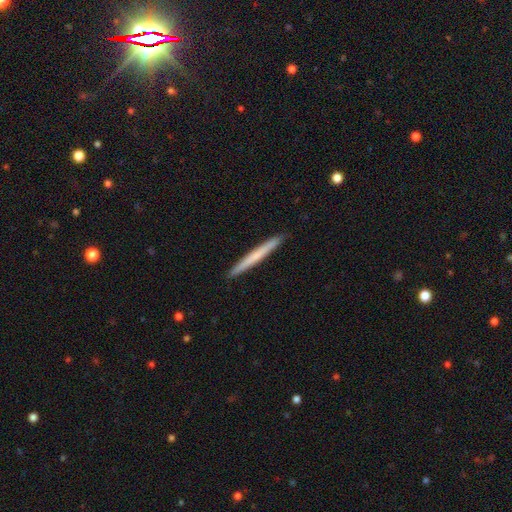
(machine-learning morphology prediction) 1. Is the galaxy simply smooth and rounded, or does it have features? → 59% smooth, 36% featured or disk, 5% star or artifact.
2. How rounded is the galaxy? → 97% cigar-shaped, 2% in between, 1% round.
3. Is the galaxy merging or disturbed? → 93% none, 5% minor disturbance, 1% major disturbance, 1% merger.